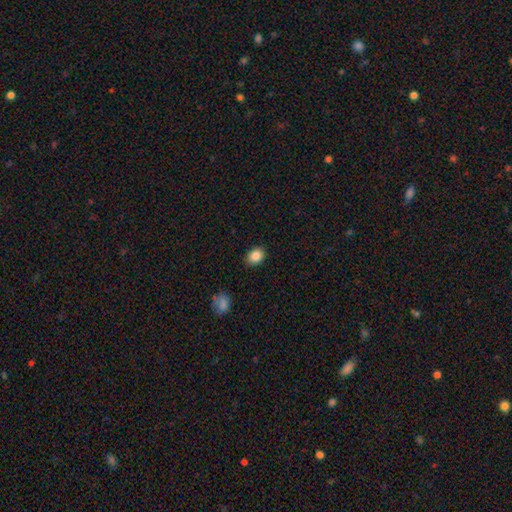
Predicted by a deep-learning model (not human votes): smooth 86%, star or artifact 9%, featured or disk 5%. Down the decision tree: how rounded — in between (60%); merging — none (88%).